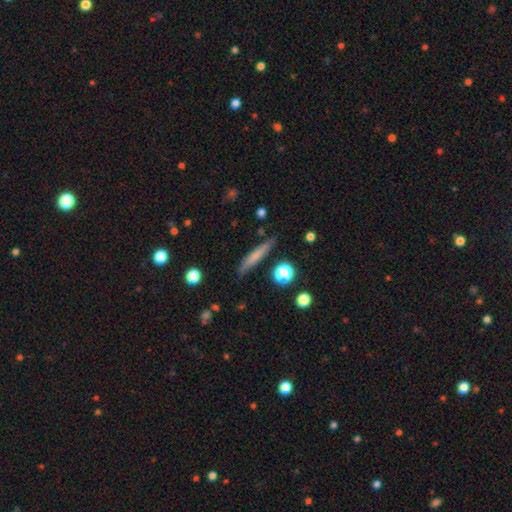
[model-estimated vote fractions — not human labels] A smooth galaxy with no disk features (64%) that is cigar-shaped (90%).

Vote fractions:
- Smooth or featured? smooth: 64% / featured or disk: 28% / star or artifact: 8%
- How rounded? cigar-shaped: 90% / in between: 7% / round: 3%
- Merging? none: 83% / minor disturbance: 12% / major disturbance: 3% / merger: 2%